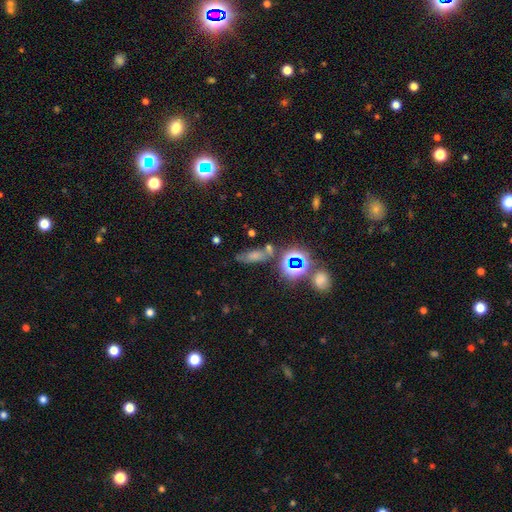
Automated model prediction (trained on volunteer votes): Smooth or featured: smooth — 49% (star or artifact — 34%)
Merging: none — 57% (minor disturbance — 19%)